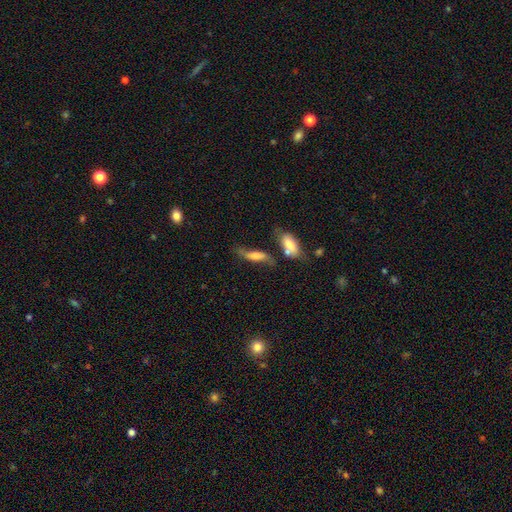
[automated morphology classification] Smooth or featured? Predicted: smooth (p=0.49). Merging? Predicted: none (p=0.49).